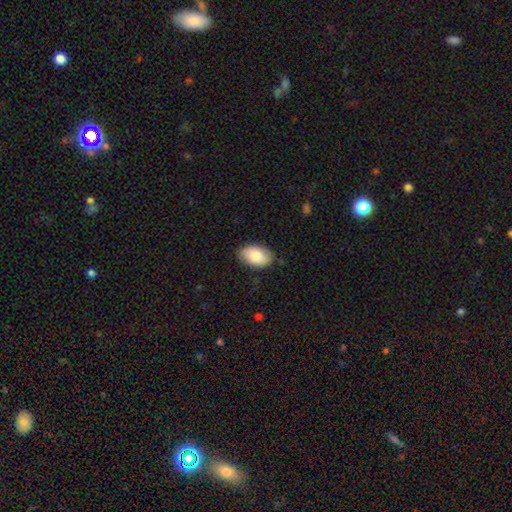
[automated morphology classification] Q: Smooth or featured?
A: smooth (80%); runner-up: featured or disk (14%)
Q: How rounded?
A: in between (92%); runner-up: round (6%)
Q: Merging?
A: none (82%); runner-up: minor disturbance (14%)